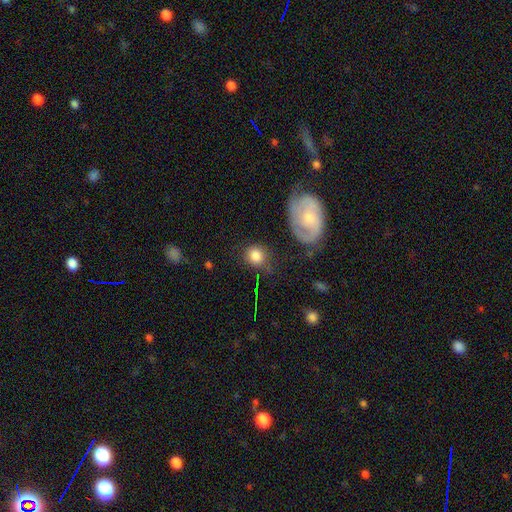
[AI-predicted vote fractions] A smooth galaxy with no disk features (77%) that is round (77%).

Vote fractions:
- Smooth or featured? smooth: 77% / featured or disk: 13% / star or artifact: 10%
- How rounded? round: 77% / in between: 21% / cigar-shaped: 1%
- Merging? none: 68% / minor disturbance: 18% / major disturbance: 8% / merger: 6%